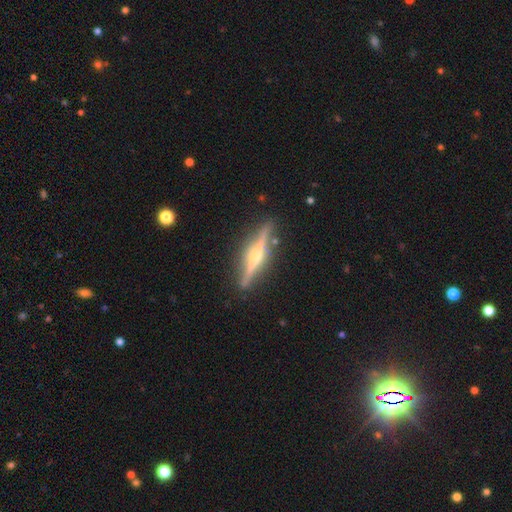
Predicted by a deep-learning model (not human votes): This appears to be a featured or disk galaxy (84%) viewed edge-on (97%) with a rounded central bulge (85%). Merging: none (89%).